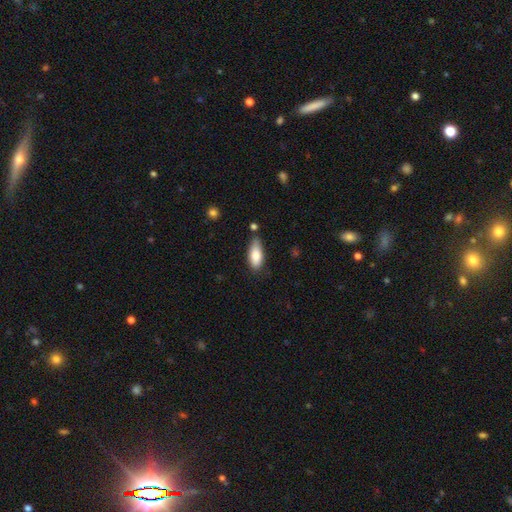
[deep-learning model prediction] The model was most divided on "merging": none: 66%, minor disturbance: 24%, merger: 5%, major disturbance: 4%. More confident: smooth or featured — smooth (82%); how rounded — in between (79%).